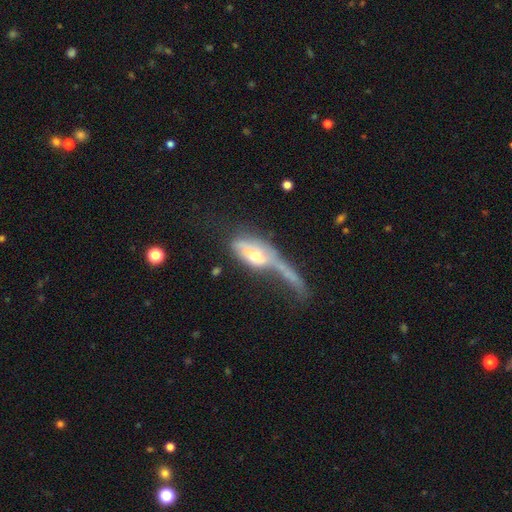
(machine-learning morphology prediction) type=featured or disk (47%); merging=major disturbance (42%).